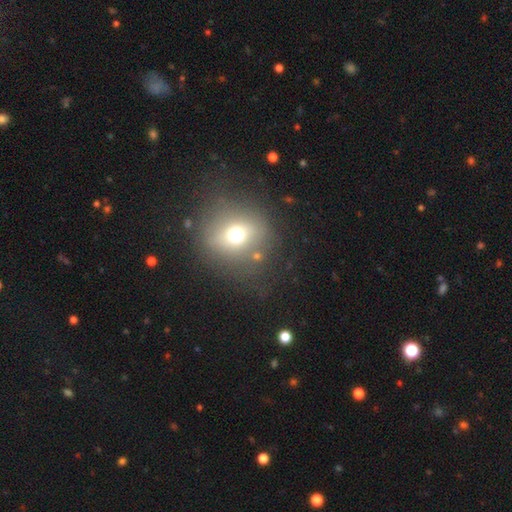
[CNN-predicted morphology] Smooth or featured? smooth (54%)
How rounded? round (79%)
Merging? none (78%)